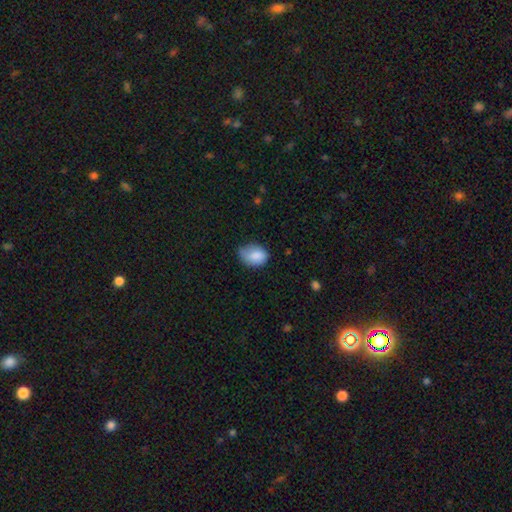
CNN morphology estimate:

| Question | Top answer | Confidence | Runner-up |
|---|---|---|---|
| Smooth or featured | smooth | 85% | featured or disk (8%) |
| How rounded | in between | 76% | round (23%) |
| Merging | none | 49% | minor disturbance (39%) |